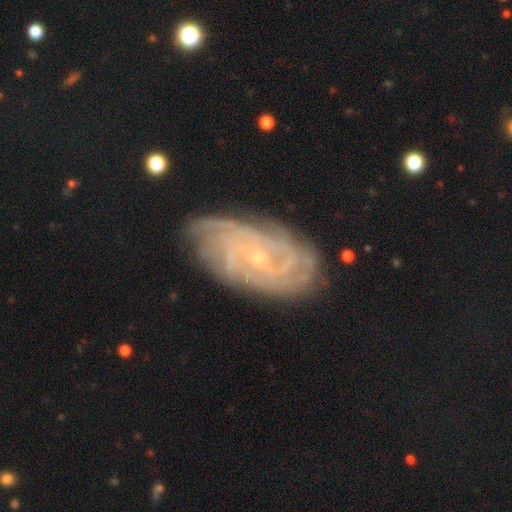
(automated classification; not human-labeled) A featured or disk galaxy (87%) with no bar (67%), tight (80%) spiral arms (98%) and a small central bulge (80%). Merging: none (78%).